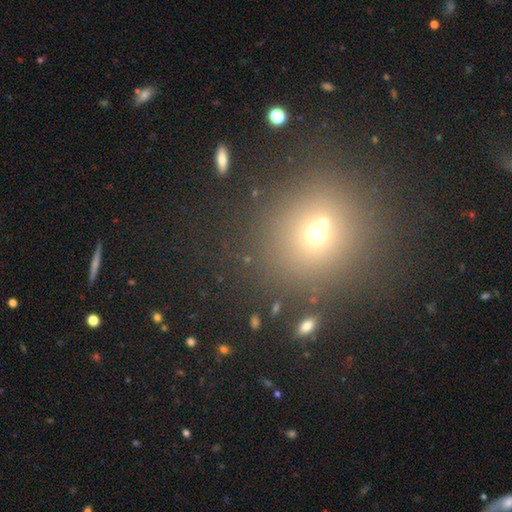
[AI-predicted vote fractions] Smooth or featured: smooth — 51% (star or artifact — 38%)
How rounded: round — 83% (in between — 15%)
Merging: none — 83% (minor disturbance — 8%)